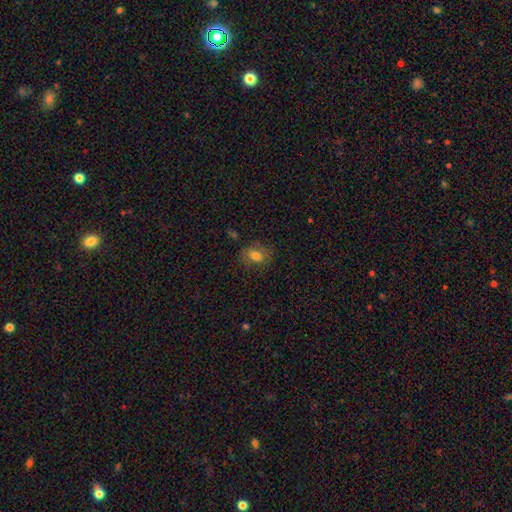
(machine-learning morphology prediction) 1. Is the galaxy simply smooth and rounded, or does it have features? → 74% smooth, 15% featured or disk, 11% star or artifact.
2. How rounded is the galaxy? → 59% in between, 40% round, 1% cigar-shaped.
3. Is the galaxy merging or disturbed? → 76% none, 17% minor disturbance, 6% major disturbance, 2% merger.